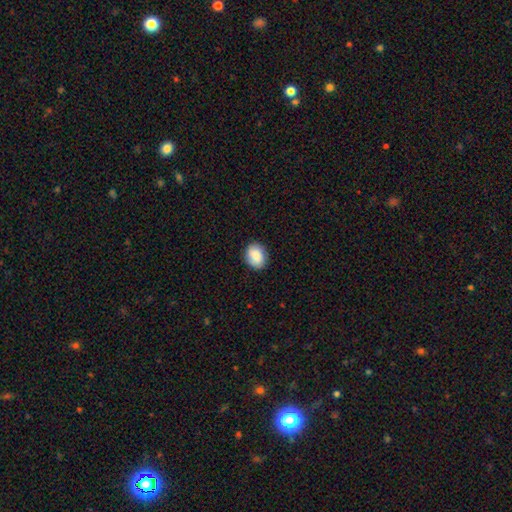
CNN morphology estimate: smooth_or_featured: smooth (p=0.82) [alt: featured or disk p=0.10]
how_rounded: round (p=0.53) [alt: in between p=0.46]
merging: none (p=0.86) [alt: minor disturbance p=0.10]